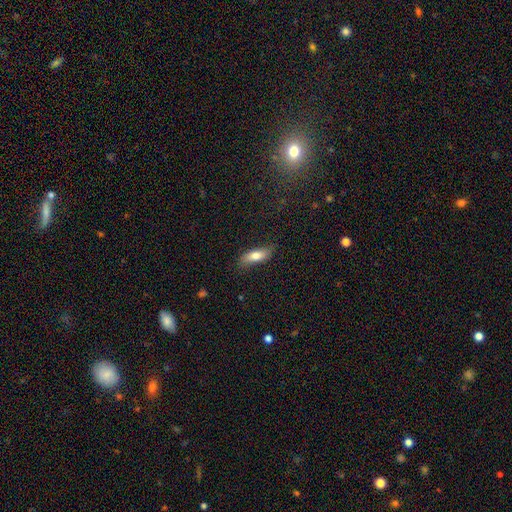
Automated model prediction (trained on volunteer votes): Smooth or featured? smooth (74%)
How rounded? in between (61%)
Merging? none (77%)